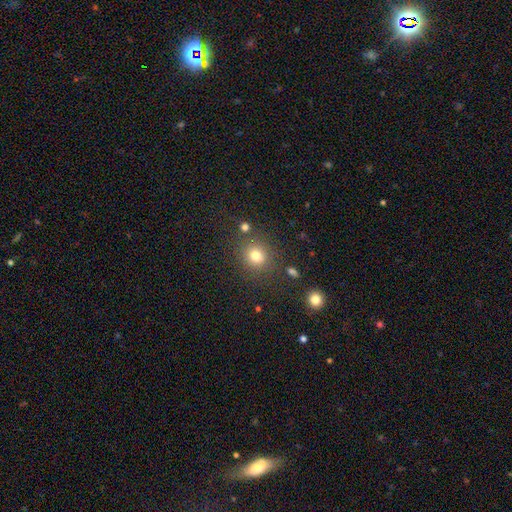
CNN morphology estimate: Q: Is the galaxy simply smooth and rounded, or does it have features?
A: smooth — 78%.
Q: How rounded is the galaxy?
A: round — 84%.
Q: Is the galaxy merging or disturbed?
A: none — 81%.